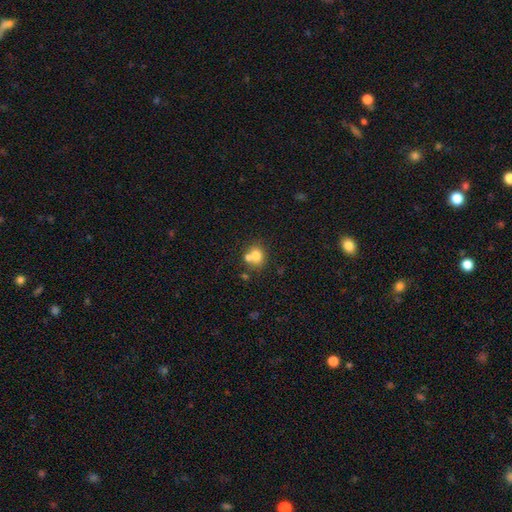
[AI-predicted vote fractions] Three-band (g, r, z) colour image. It shows a smooth galaxy with no disk features (74%) that is round (68%). Merging: none (48%).